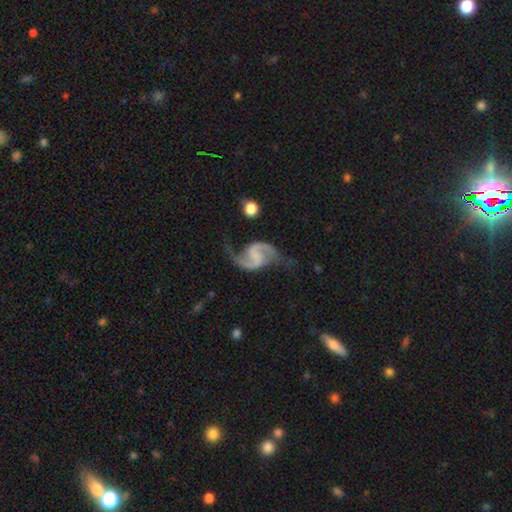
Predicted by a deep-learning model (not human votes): Smooth or featured? featured or disk (91%)
Edge-on disk? no (98%)
Bar? weak (44%)
Spiral arms? yes (98%)
Spiral winding? loose (57%)
Spiral arm count? 2 (94%)
Bulge size? none (63%)
Merging? none (70%)